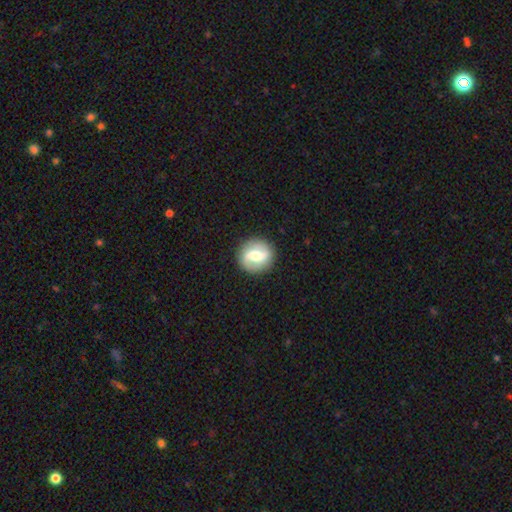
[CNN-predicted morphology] type=featured or disk (65%); edge-on=no (95%); bar=strong (49%); spiral arms=yes (73%); bulge=moderate (66%); merging=none (89%).